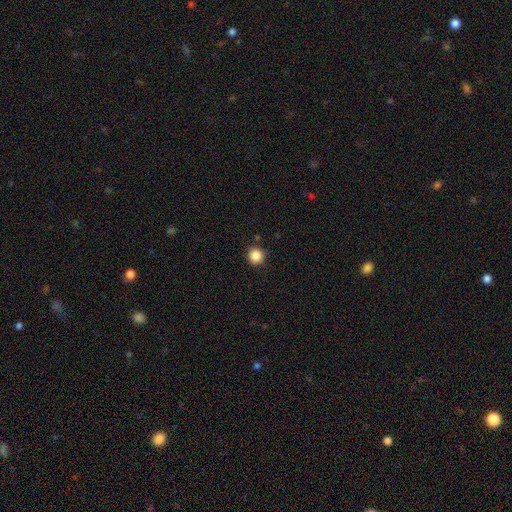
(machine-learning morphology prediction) Smooth or featured: smooth — 86% (star or artifact — 11%)
How rounded: round — 95% (in between — 4%)
Merging: none — 90% (minor disturbance — 7%)